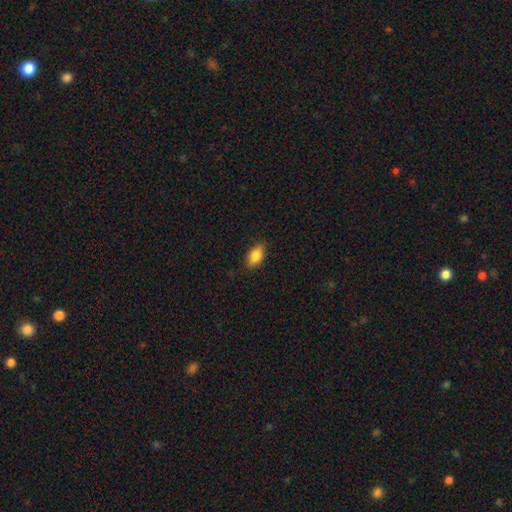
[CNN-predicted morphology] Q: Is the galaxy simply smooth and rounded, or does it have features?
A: smooth — 87%.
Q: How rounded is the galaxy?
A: in between — 91%.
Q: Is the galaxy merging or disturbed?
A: none — 86%.